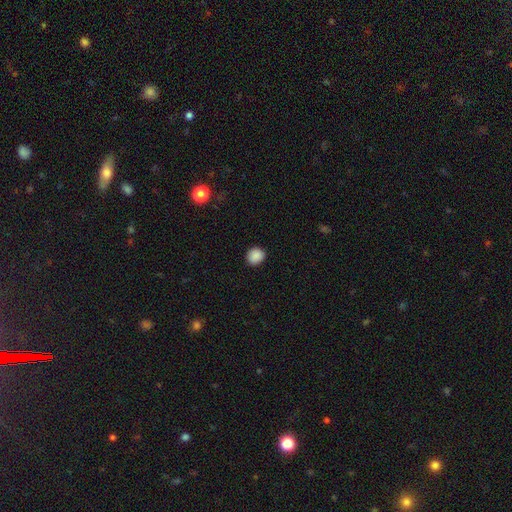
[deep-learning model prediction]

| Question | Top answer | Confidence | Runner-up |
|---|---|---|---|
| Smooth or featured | smooth | 89% | star or artifact (9%) |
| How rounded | round | 76% | in between (23%) |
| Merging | none | 89% | minor disturbance (8%) |